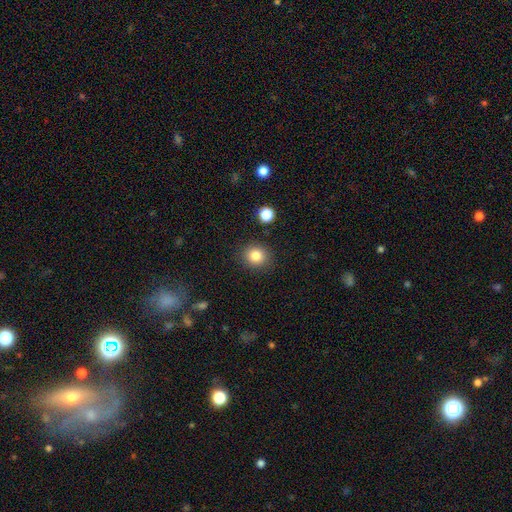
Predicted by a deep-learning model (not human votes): A smooth galaxy with no disk features (83%) that is round (82%).

Vote fractions:
- Smooth or featured? smooth: 83% / star or artifact: 11% / featured or disk: 6%
- How rounded? round: 82% / in between: 17% / cigar-shaped: 1%
- Merging? none: 87% / minor disturbance: 8% / major disturbance: 3% / merger: 2%